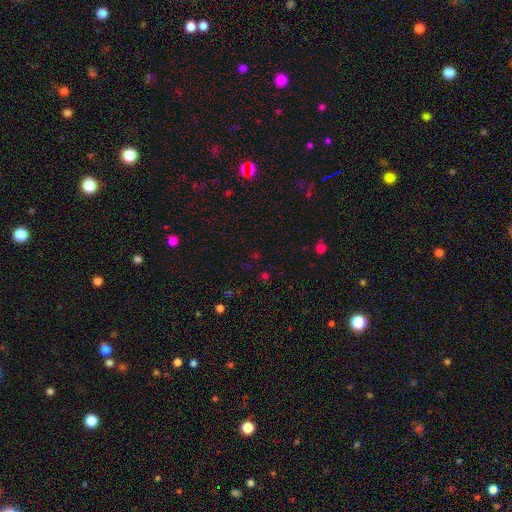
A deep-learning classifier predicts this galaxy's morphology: star or artifact 60%, smooth 33%, featured or disk 7%.